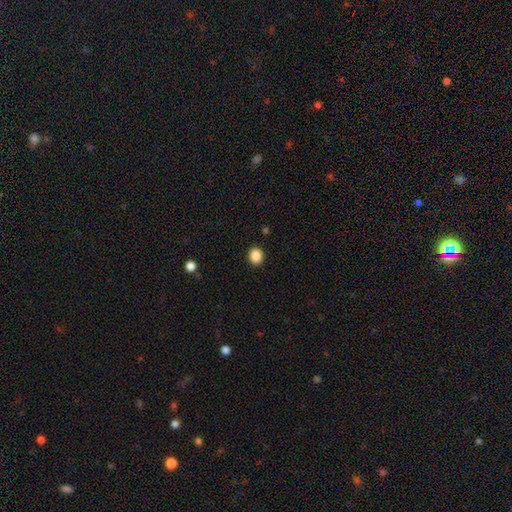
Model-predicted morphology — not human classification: Q: Smooth or featured?
A: smooth (87%); runner-up: star or artifact (10%)
Q: How rounded?
A: round (78%); runner-up: in between (21%)
Q: Merging?
A: none (92%); runner-up: minor disturbance (5%)